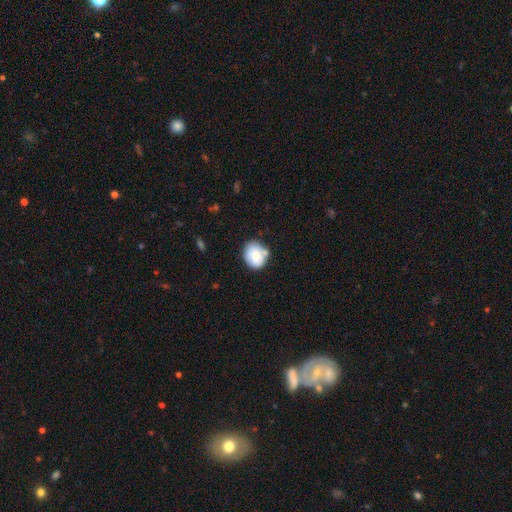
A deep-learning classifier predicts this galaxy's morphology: Smooth or featured? smooth (77%)
How rounded? round (66%)
Merging? none (61%)